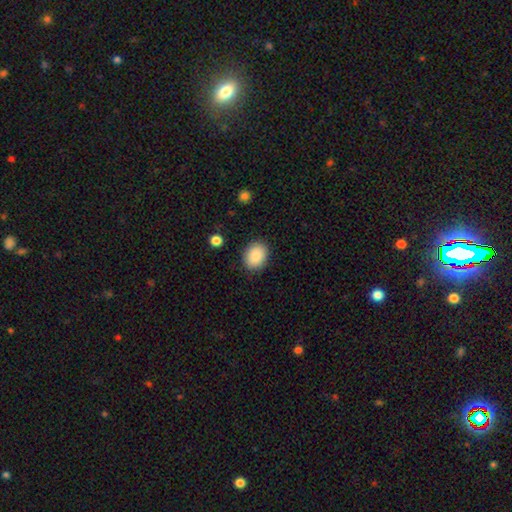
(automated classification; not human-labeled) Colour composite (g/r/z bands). It shows a smooth galaxy with no disk features (88%) that is in between round and cigar-shaped (58%). Merging: none (87%).